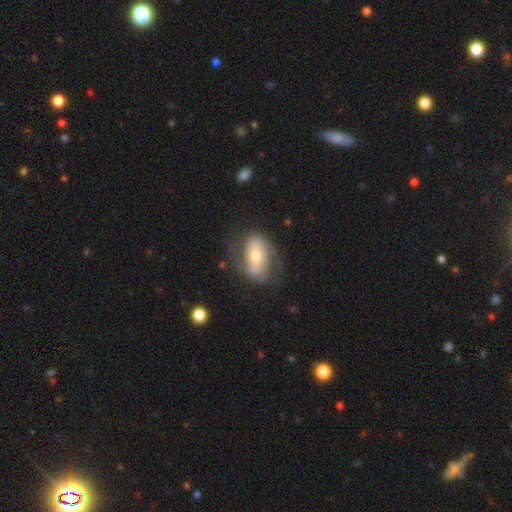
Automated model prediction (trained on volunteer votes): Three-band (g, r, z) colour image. It shows a featured or disk galaxy (76%) with a strong bar (35%), 2 (85%) medium (46%) spiral arms (90%) and a moderate central bulge (57%). Merging: none (66%).